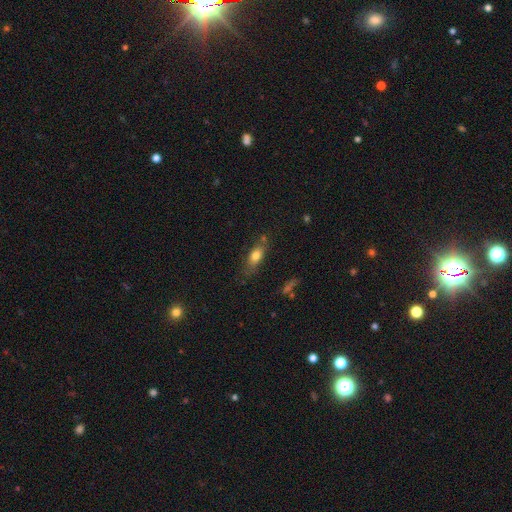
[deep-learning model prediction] This appears to be a smooth galaxy with no disk features (74%) that is in between round and cigar-shaped (72%). Merging: none (68%).